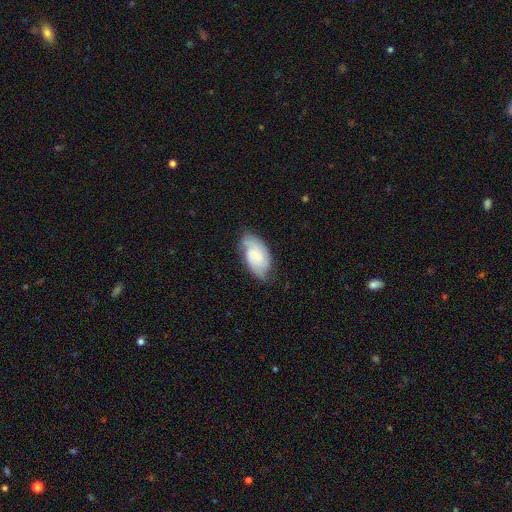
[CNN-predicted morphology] Smooth or featured? Predicted: featured or disk (p=0.52). Edge-on disk? Predicted: no (p=0.95). Merging? Predicted: none (p=0.65).